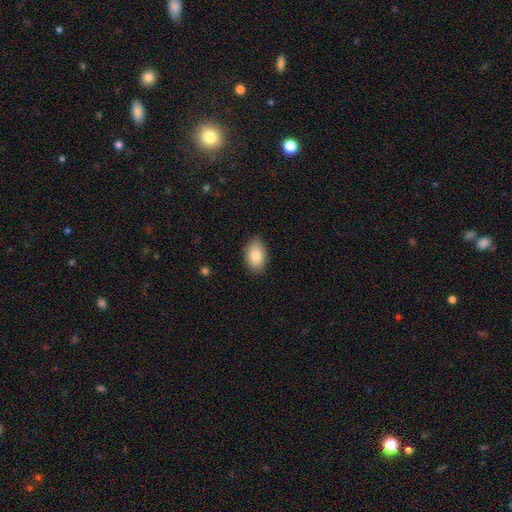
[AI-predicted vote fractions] A smooth galaxy with no disk features (82%) that is in between round and cigar-shaped (88%). Merging: none (87%).